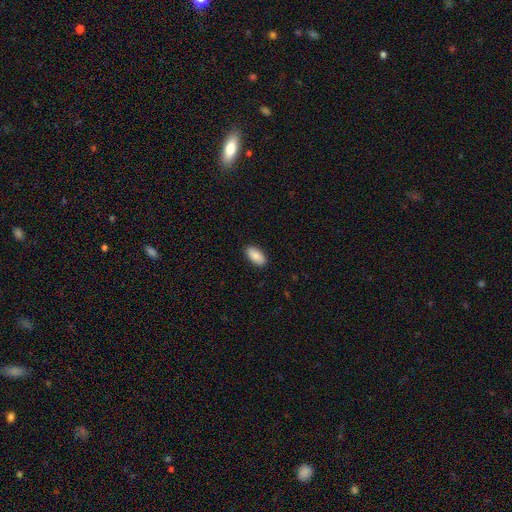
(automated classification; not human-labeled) smooth-or-featured: smooth: 86% | featured or disk: 7% | star or artifact: 6%
  how-rounded: in between: 92% | cigar-shaped: 5% | round: 2%
  merging: none: 89% | minor disturbance: 8% | major disturbance: 2% | merger: 1%